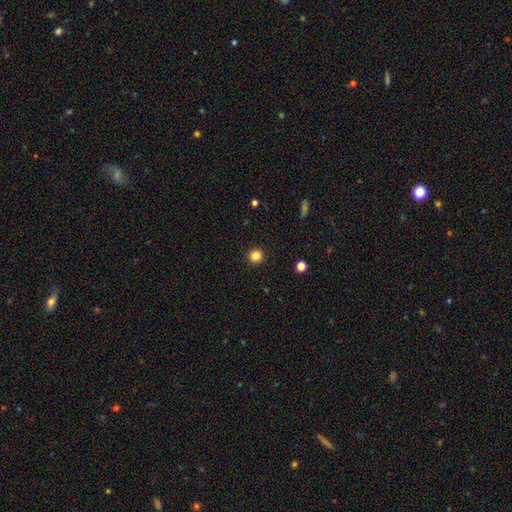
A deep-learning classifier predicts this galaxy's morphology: Q: Smooth or featured?
A: smooth (84%); runner-up: star or artifact (11%)
Q: How rounded?
A: round (95%); runner-up: in between (4%)
Q: Merging?
A: none (93%); runner-up: minor disturbance (4%)